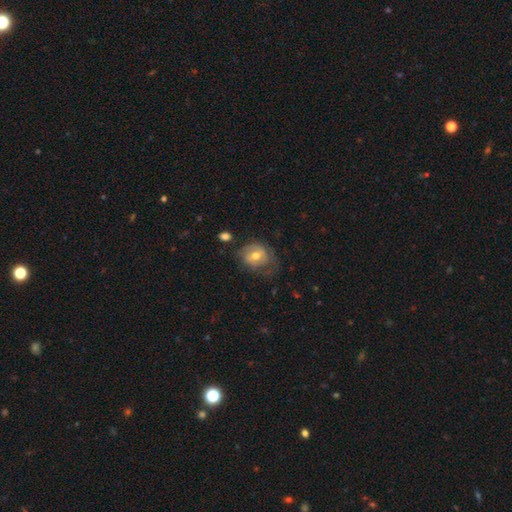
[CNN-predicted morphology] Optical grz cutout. It shows a featured or disk galaxy (50%). Merging: none (51%).